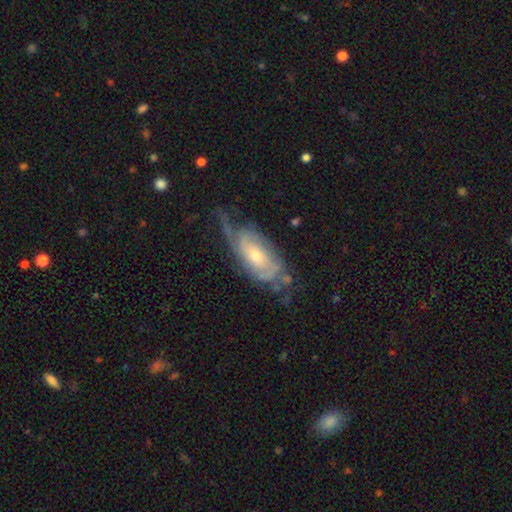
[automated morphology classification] Overall: featured or disk (78%). Edge-on disk: no (91%). Bar: no (64%; weak 30%). Spiral arms: yes (90%). Spiral arm count: can't tell (39%; 2 37%). Spiral winding: tight (50%; medium 34%). Bulge size: moderate (52%; small 41%). Merging: none (47%; minor disturbance 29%).